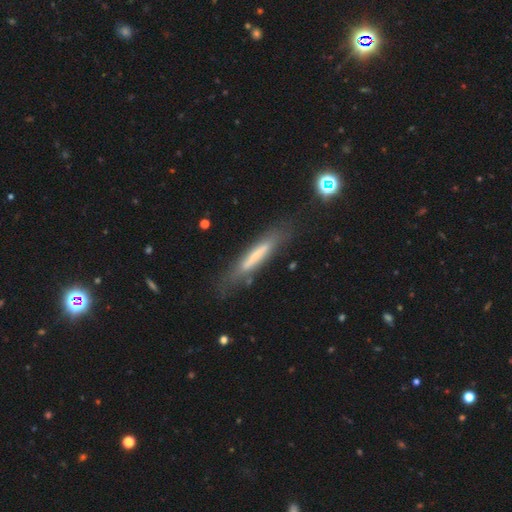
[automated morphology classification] The model was most divided on "smooth or featured": smooth: 52%, featured or disk: 40%, star or artifact: 8%. More confident: how rounded — cigar-shaped (91%); merging — none (74%).